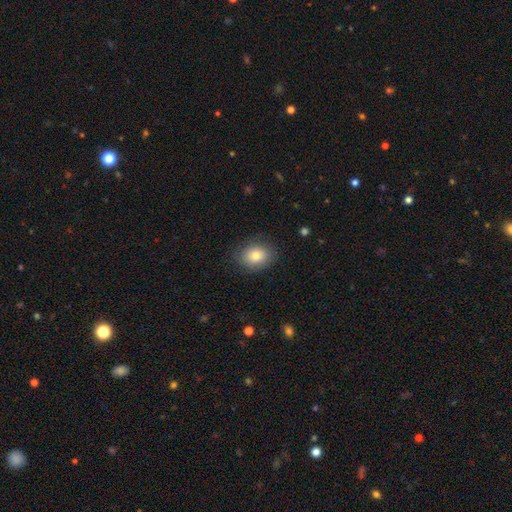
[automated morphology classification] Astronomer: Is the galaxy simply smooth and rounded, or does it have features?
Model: smooth — 80%.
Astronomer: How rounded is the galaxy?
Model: in between — 57% (runner-up: round, 42%).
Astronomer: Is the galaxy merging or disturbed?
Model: none — 84%.